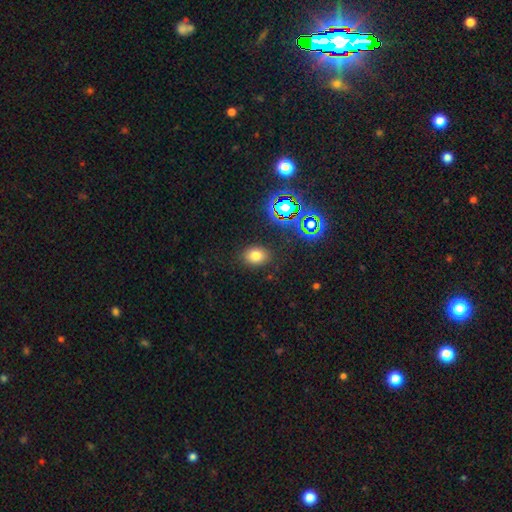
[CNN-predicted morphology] smooth_or_featured: smooth (p=0.74) [alt: star or artifact p=0.18]
how_rounded: in between (p=0.64) [alt: round p=0.35]
merging: none (p=0.86) [alt: minor disturbance p=0.09]